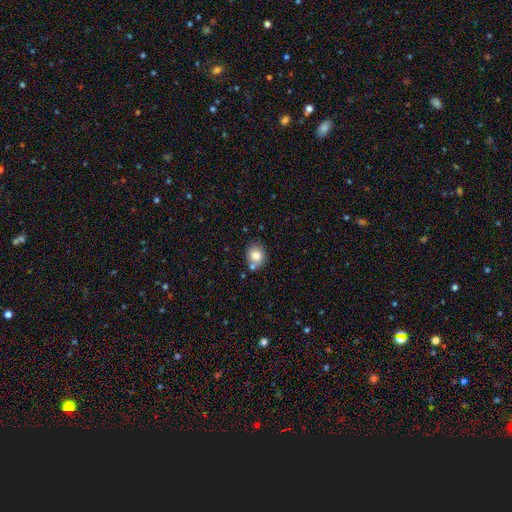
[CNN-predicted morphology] This appears to be a smooth galaxy with no disk features (79%) that is round (71%). Merging: none (71%).